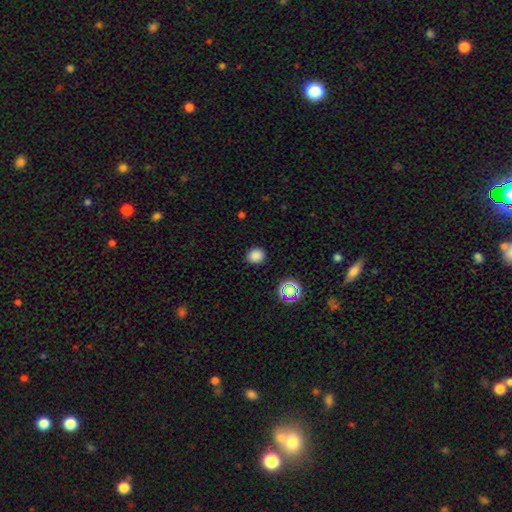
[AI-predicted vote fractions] This is clearly a smooth galaxy (82%). How rounded: likely round (76%). Merging: clearly none (88%).